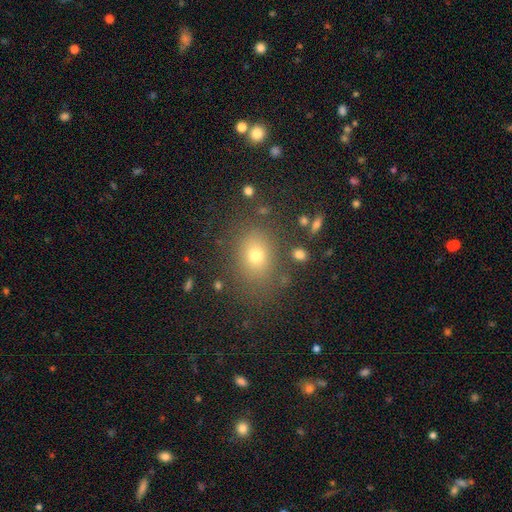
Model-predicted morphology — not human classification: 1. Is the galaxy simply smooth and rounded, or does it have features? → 69% smooth, 20% star or artifact, 12% featured or disk.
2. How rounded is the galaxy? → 55% in between, 44% round, 1% cigar-shaped.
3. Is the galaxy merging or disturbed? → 82% none, 11% minor disturbance, 5% major disturbance, 3% merger.